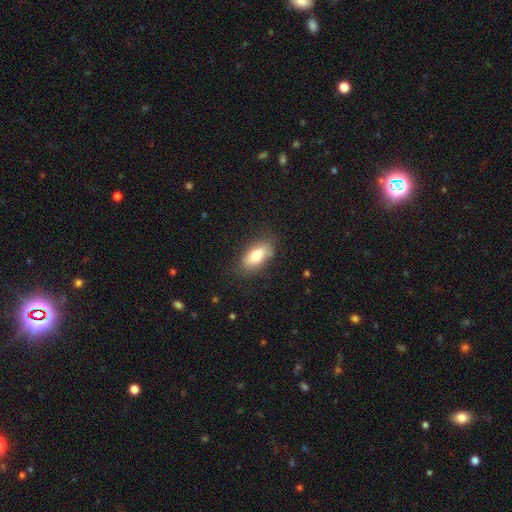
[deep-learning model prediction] The model was most divided on "smooth or featured": smooth: 75%, featured or disk: 18%, star or artifact: 7%. More confident: how rounded — in between (87%); merging — none (78%).